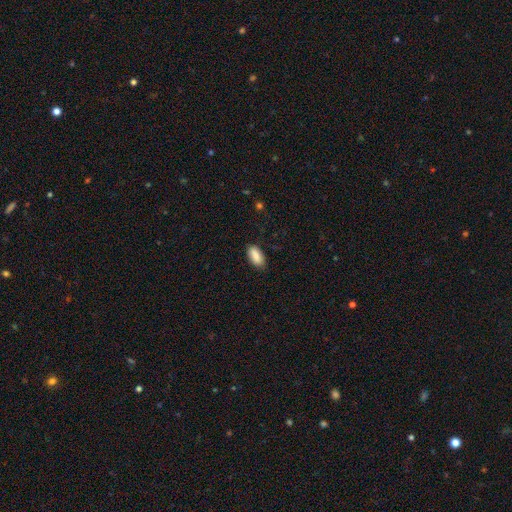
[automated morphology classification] A smooth galaxy with no disk features (88%) that is in between round and cigar-shaped (90%). Merging: none (81%).